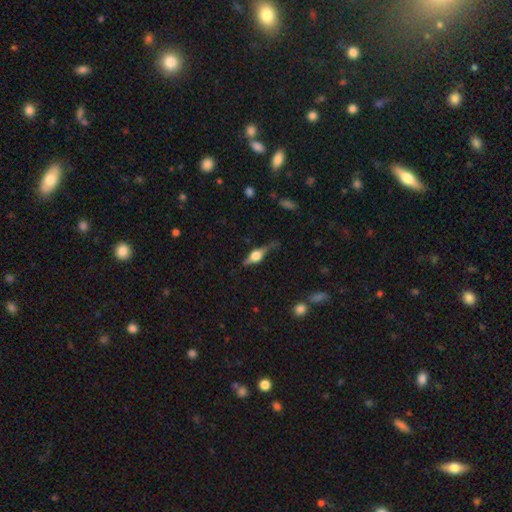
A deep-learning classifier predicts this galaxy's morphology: Smooth or featured: featured or disk — 61% (smooth — 31%)
Edge-on disk: yes — 93% (no — 7%)
Edge-on bulge: rounded — 91% (boxy — 7%)
Merging: none — 66% (minor disturbance — 23%)